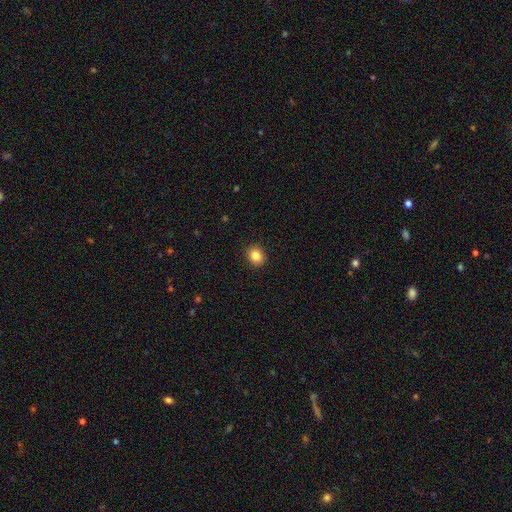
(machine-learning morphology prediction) Smooth or featured? Predicted: smooth (p=0.85). How rounded? Predicted: round (p=0.70). Merging? Predicted: none (p=0.91).